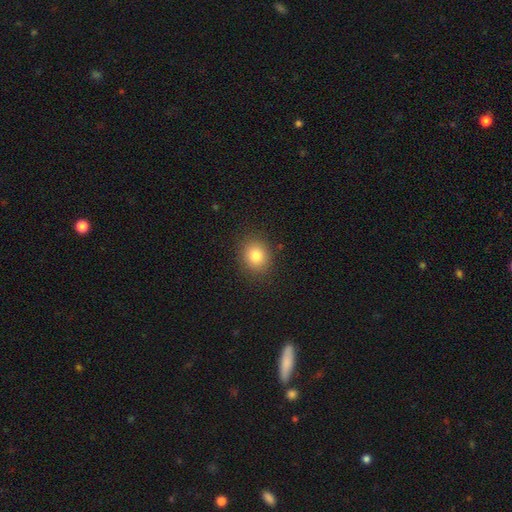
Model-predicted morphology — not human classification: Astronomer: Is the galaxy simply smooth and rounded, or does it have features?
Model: smooth — 82%.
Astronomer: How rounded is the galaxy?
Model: round — 70%.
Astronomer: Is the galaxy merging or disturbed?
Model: none — 89%.